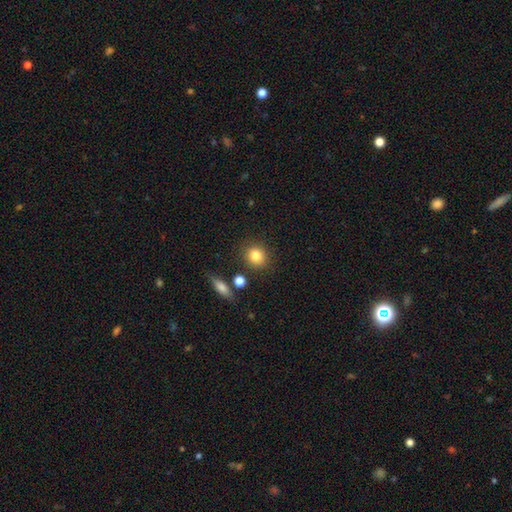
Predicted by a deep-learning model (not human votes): A smooth galaxy with no disk features (83%) that is round (78%). Merging: none (83%).